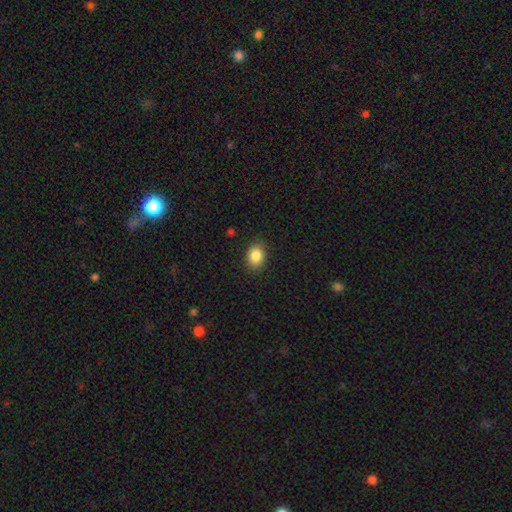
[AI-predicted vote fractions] Q: Smooth or featured?
A: smooth (87%); runner-up: star or artifact (9%)
Q: How rounded?
A: in between (67%); runner-up: round (32%)
Q: Merging?
A: none (87%); runner-up: minor disturbance (10%)